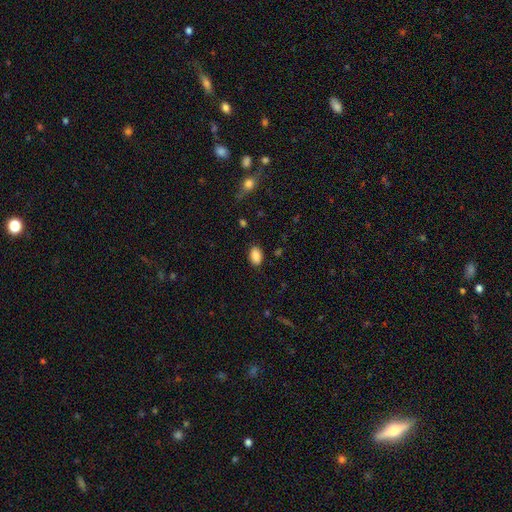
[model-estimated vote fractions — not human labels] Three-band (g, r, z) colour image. It shows a smooth galaxy with no disk features (88%) that is in between round and cigar-shaped (89%). Merging: none (85%).